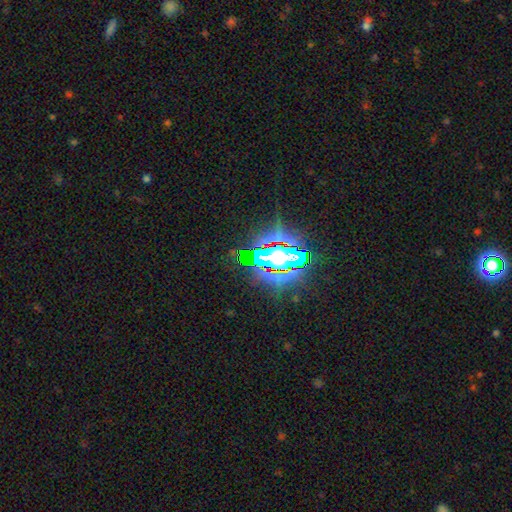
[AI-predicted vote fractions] Smooth or featured? Predicted: star or artifact (p=0.76).